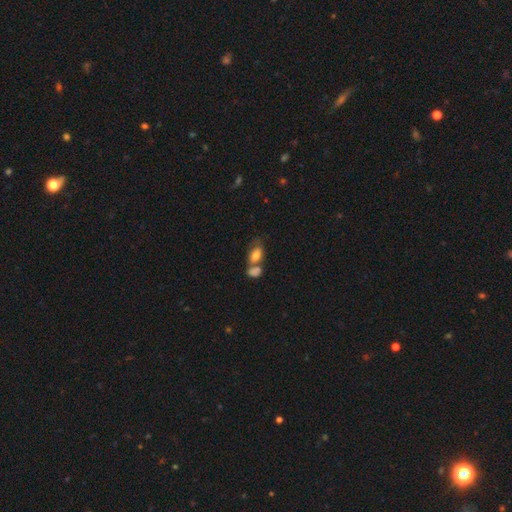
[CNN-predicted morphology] This appears to be a smooth galaxy with no disk features (73%) that is in between round and cigar-shaped (86%). Merging: merger (49%).